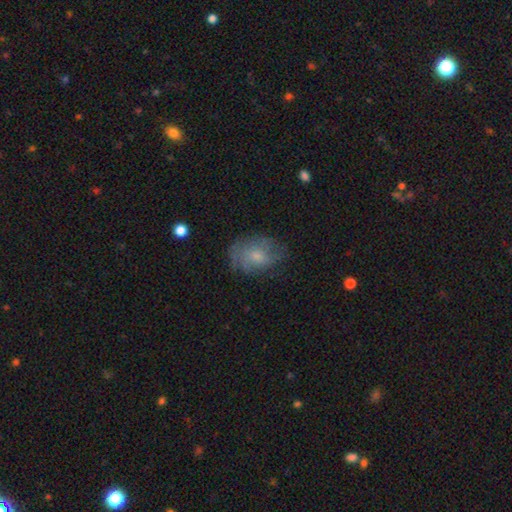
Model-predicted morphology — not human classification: Smooth or featured?
  - smooth: 52% *
  - featured or disk: 39%
  - star or artifact: 9%
How rounded?
  - in between: 75% *
  - round: 24%
  - cigar-shaped: 2%
Merging?
  - none: 61% *
  - minor disturbance: 25%
  - major disturbance: 13%
  - merger: 2%